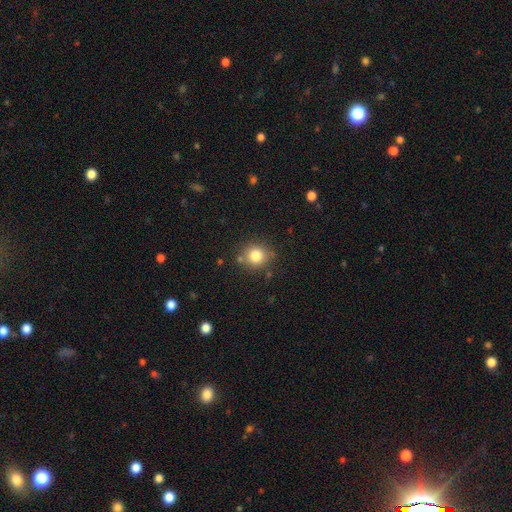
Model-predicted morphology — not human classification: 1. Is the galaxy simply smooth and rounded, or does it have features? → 81% smooth, 11% star or artifact, 7% featured or disk.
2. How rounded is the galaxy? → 88% round, 11% in between, 1% cigar-shaped.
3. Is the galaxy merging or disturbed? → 82% none, 10% minor disturbance, 5% merger, 3% major disturbance.